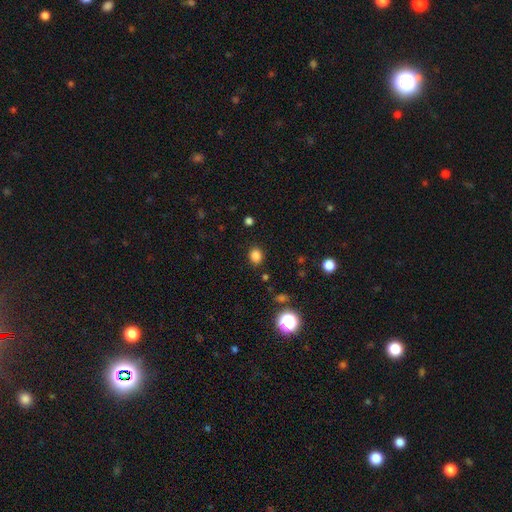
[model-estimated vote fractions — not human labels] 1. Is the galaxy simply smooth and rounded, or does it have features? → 83% smooth, 14% star or artifact, 4% featured or disk.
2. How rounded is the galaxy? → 63% round, 36% in between, 1% cigar-shaped.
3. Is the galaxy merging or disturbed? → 87% none, 9% minor disturbance, 3% major disturbance, 2% merger.